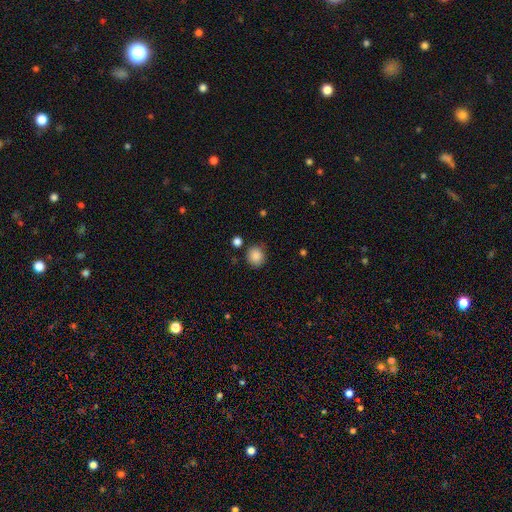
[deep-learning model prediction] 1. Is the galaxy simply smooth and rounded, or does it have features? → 87% smooth, 9% star or artifact, 4% featured or disk.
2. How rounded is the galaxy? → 82% round, 17% in between, 1% cigar-shaped.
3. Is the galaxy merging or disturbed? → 82% none, 11% minor disturbance, 4% merger, 3% major disturbance.